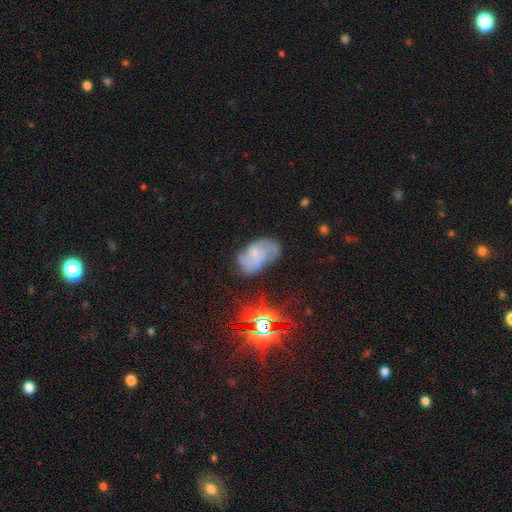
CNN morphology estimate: A featured or disk galaxy (51%).

Vote fractions:
- Smooth or featured? featured or disk: 51% / smooth: 33% / star or artifact: 16%
- Edge-on disk? no: 96% / yes: 4%
- Merging? none: 48% / minor disturbance: 30% / major disturbance: 17% / merger: 5%